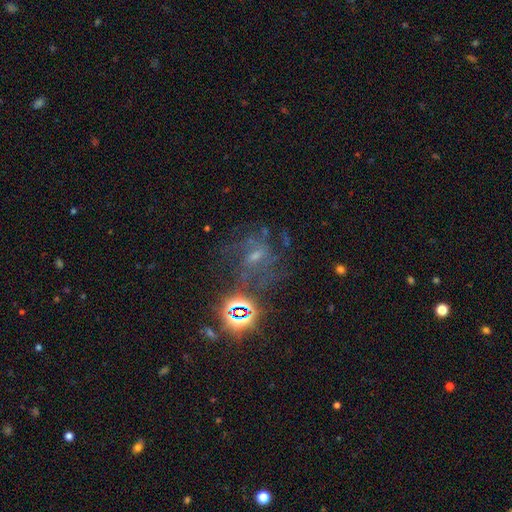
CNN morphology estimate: Smooth or featured: featured or disk — 44% (star or artifact — 34%)
Merging: none — 50% (major disturbance — 24%)